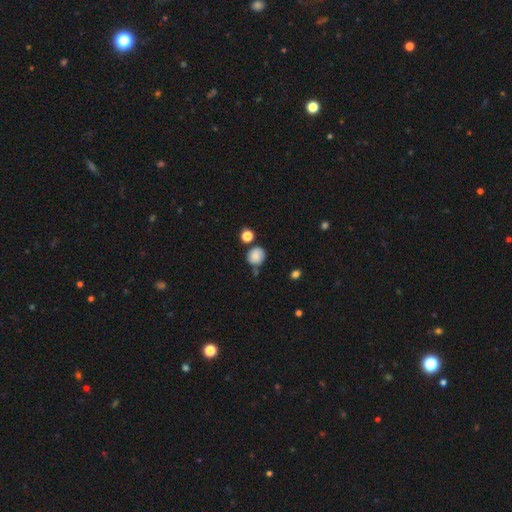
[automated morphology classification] type=smooth (83%); roundness=round (81%); merging=none (65%).